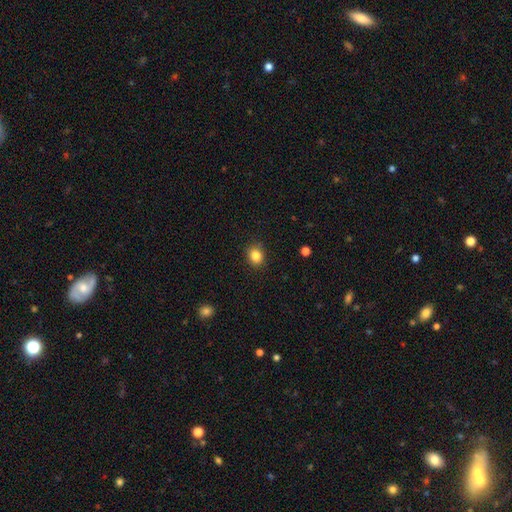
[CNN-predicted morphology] Smooth or featured: smooth — 85% (star or artifact — 10%)
How rounded: round — 62% (in between — 37%)
Merging: none — 88% (minor disturbance — 8%)